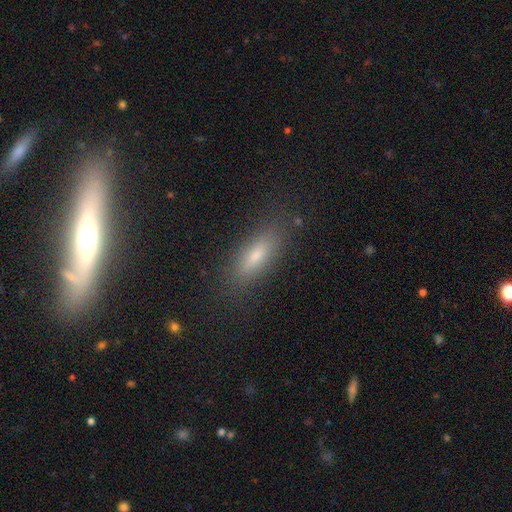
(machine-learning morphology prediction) Overall: smooth (70%). How rounded: in between (55%; cigar-shaped 42%). Merging: none (84%).